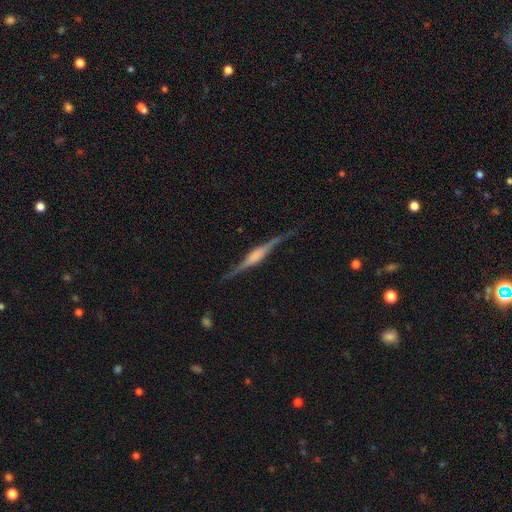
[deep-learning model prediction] This is clearly a featured or disk galaxy (84%). It is clearly viewed edge-on (98%). Edge-on bulge: possibly rounded (57%). Merging: clearly none (86%).